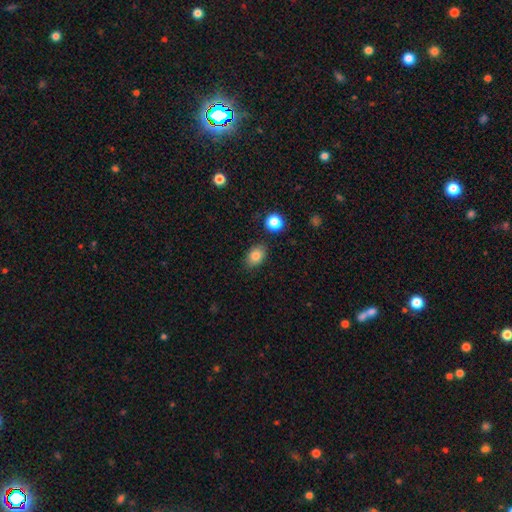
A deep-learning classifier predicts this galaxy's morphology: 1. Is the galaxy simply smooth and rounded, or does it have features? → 82% smooth, 9% star or artifact, 8% featured or disk.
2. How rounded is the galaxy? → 79% in between, 20% round, 1% cigar-shaped.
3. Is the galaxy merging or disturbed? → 84% none, 11% minor disturbance, 3% major disturbance, 3% merger.